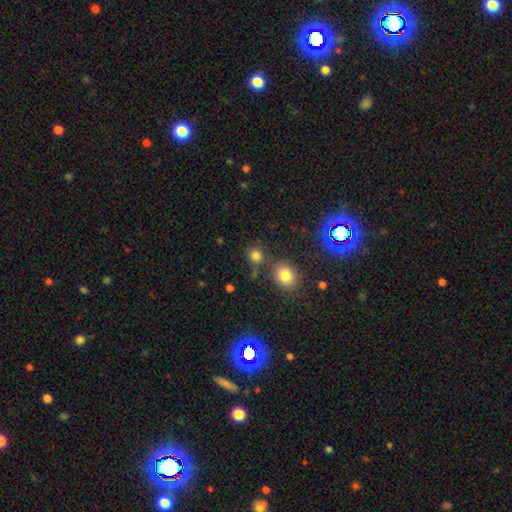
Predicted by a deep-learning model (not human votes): A smooth galaxy with no disk features (78%) that is round (81%). Merging: none (72%).